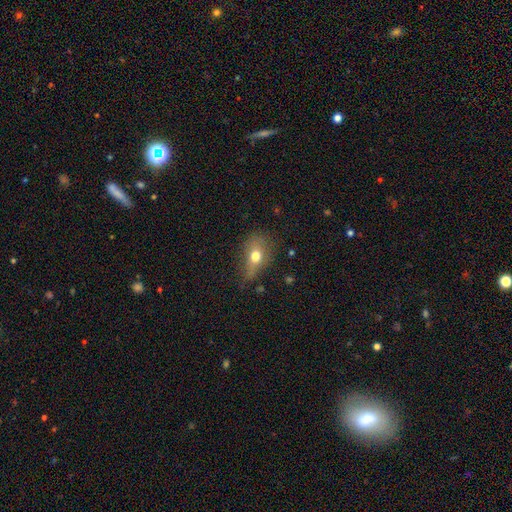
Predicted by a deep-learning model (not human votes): Q: Smooth or featured?
A: smooth (66%); runner-up: featured or disk (22%)
Q: How rounded?
A: in between (66%); runner-up: round (29%)
Q: Merging?
A: none (51%); runner-up: minor disturbance (30%)